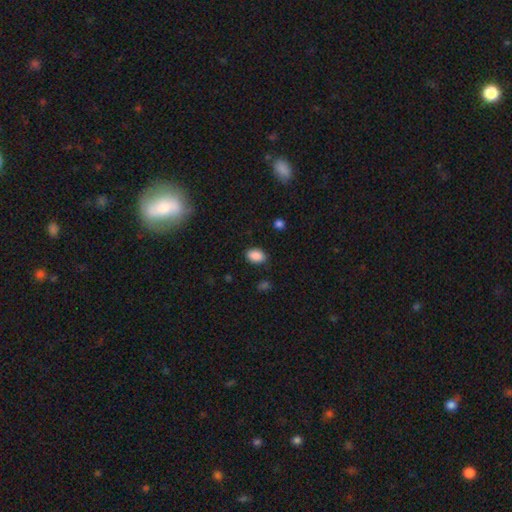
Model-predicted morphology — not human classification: Smooth or featured: smooth — 88% (star or artifact — 8%)
How rounded: in between — 86% (round — 13%)
Merging: none — 82% (minor disturbance — 13%)